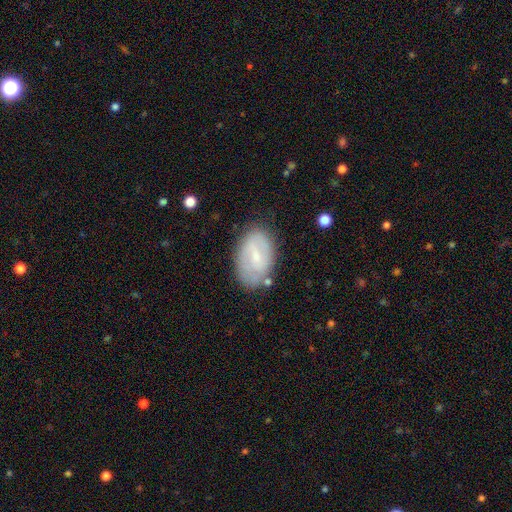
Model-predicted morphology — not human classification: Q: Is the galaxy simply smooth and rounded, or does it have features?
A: featured or disk — 49%.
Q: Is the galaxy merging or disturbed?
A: none — 76%.